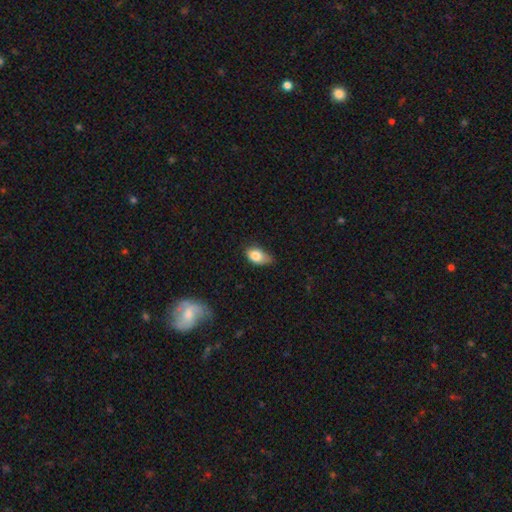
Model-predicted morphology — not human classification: Overall: smooth (82%). How rounded: in between (87%). Merging: minor disturbance (45%; none 42%).